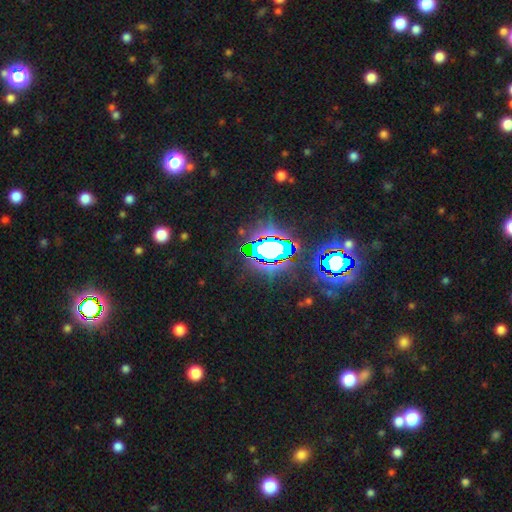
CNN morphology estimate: This appears to be a star or artifact, not a galaxy (76%).